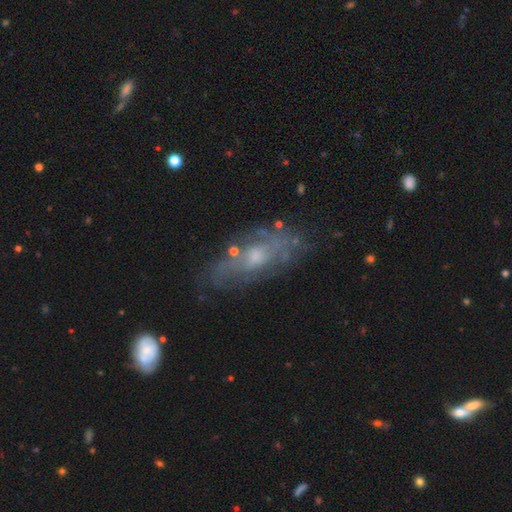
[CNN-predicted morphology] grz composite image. It shows a featured or disk galaxy (61%). Merging: none (64%).